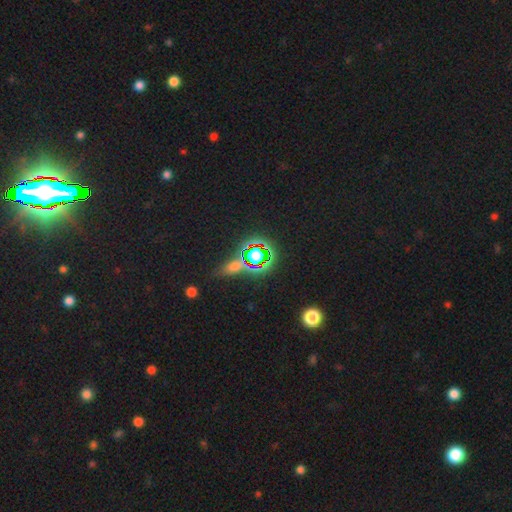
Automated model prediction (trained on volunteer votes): Smooth or featured: star or artifact — 65% (smooth — 24%)